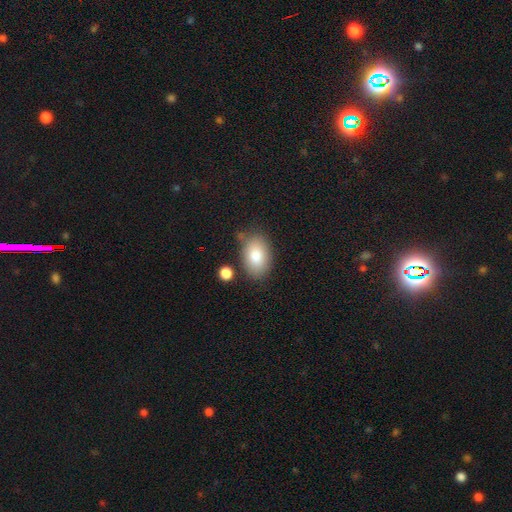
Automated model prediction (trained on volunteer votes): A smooth galaxy with no disk features (82%) that is in between round and cigar-shaped (88%).

Vote fractions:
- Smooth or featured? smooth: 82% / featured or disk: 10% / star or artifact: 8%
- How rounded? in between: 88% / round: 11% / cigar-shaped: 1%
- Merging? none: 76% / minor disturbance: 15% / merger: 5% / major disturbance: 4%